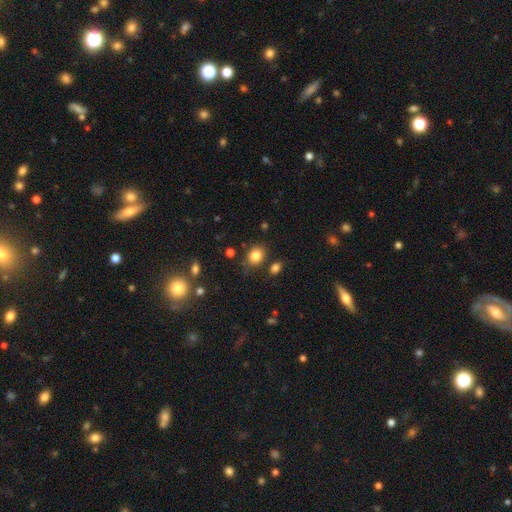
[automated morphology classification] This appears to be a smooth galaxy with no disk features (83%) that is round (54%). Merging: none (79%).